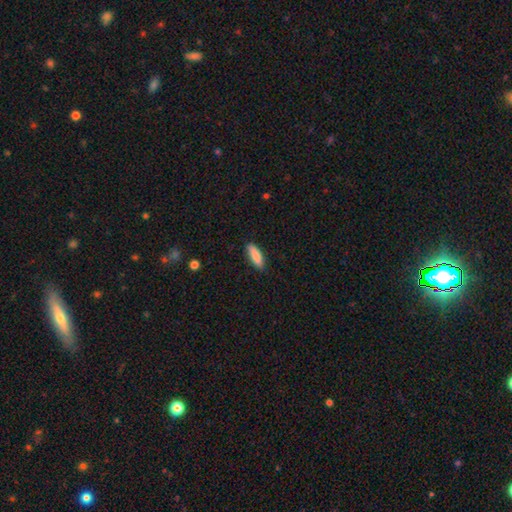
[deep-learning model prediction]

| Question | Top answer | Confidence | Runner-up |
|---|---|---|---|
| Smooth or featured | smooth | 85% | featured or disk (9%) |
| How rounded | in between | 52% | cigar-shaped (47%) |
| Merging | none | 85% | minor disturbance (12%) |